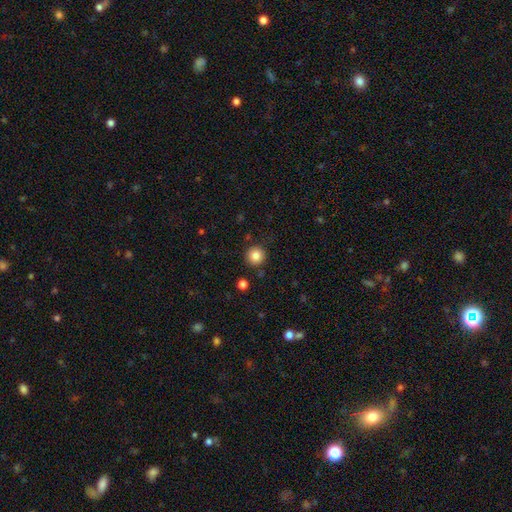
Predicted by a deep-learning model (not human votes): Smooth or featured? smooth (85%)
How rounded? round (95%)
Merging? none (88%)